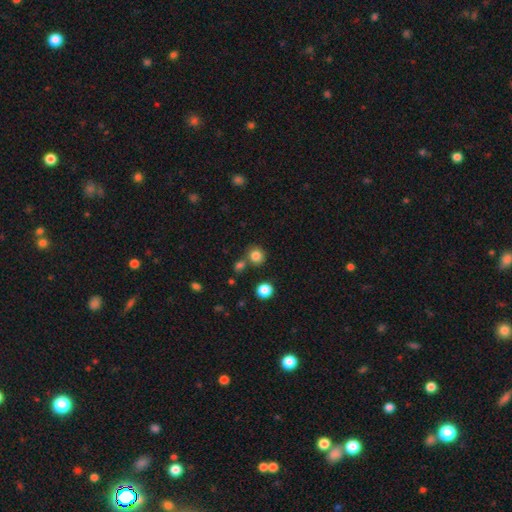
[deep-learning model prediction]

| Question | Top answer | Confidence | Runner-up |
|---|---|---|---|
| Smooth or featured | smooth | 82% | star or artifact (12%) |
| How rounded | round | 87% | in between (13%) |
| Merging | none | 72% | merger (15%) |